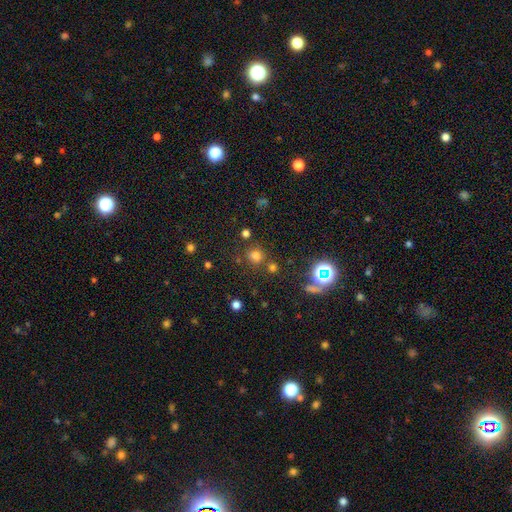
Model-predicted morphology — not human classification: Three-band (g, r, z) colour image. It shows a smooth galaxy with no disk features (66%) that is round (84%). Merging: none (73%).